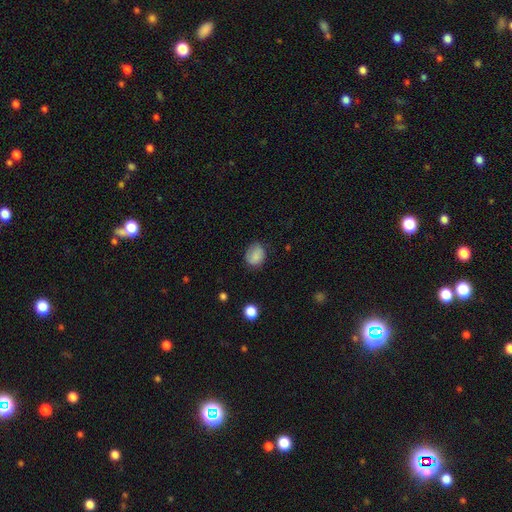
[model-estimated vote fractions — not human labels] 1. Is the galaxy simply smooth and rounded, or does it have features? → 80% smooth, 11% featured or disk, 9% star or artifact.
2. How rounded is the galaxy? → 60% round, 39% in between, 1% cigar-shaped.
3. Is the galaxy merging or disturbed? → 70% none, 22% minor disturbance, 6% major disturbance, 1% merger.